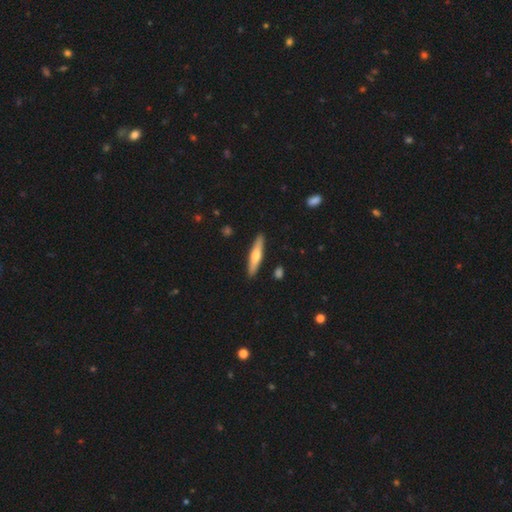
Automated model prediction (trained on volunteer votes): Q: Smooth or featured?
A: smooth (53%); runner-up: featured or disk (42%)
Q: How rounded?
A: cigar-shaped (85%); runner-up: in between (13%)
Q: Merging?
A: none (90%); runner-up: minor disturbance (7%)